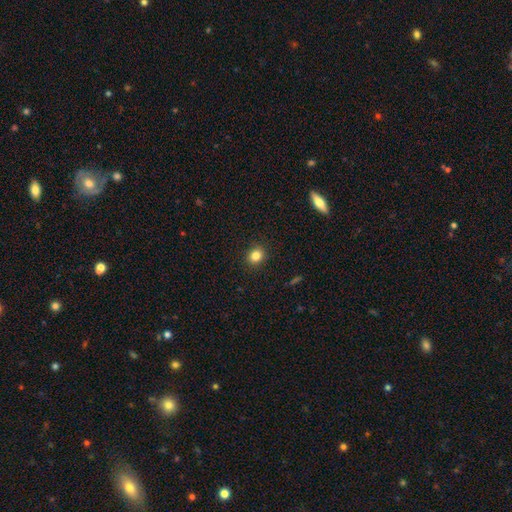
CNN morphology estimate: smooth 82%, star or artifact 12%, featured or disk 6%. Down the decision tree: how rounded — round (74%); merging — none (90%).